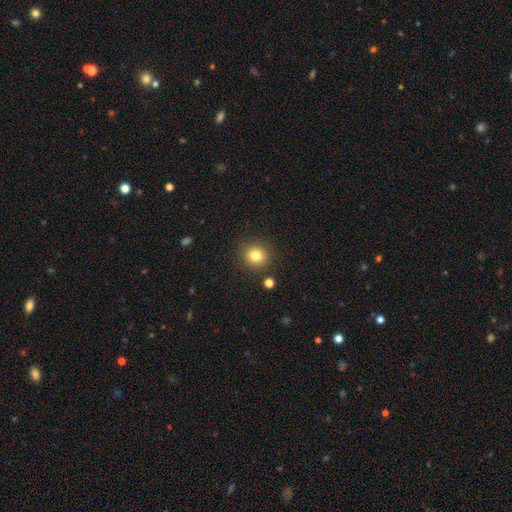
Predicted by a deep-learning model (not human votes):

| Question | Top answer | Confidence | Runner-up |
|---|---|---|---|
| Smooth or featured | smooth | 81% | star or artifact (12%) |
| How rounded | round | 90% | in between (9%) |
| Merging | none | 88% | minor disturbance (7%) |